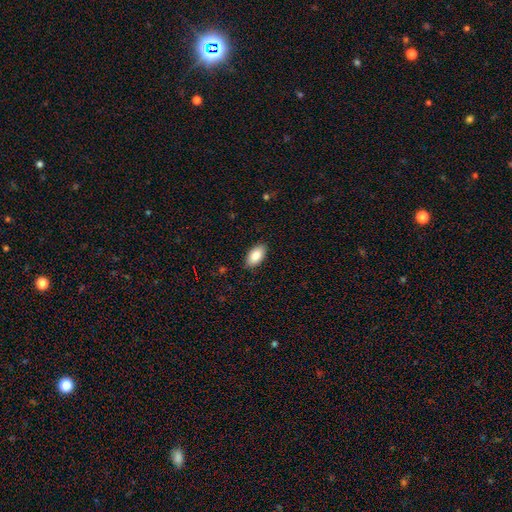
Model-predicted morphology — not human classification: Smooth or featured? smooth (86%)
How rounded? in between (95%)
Merging? none (88%)